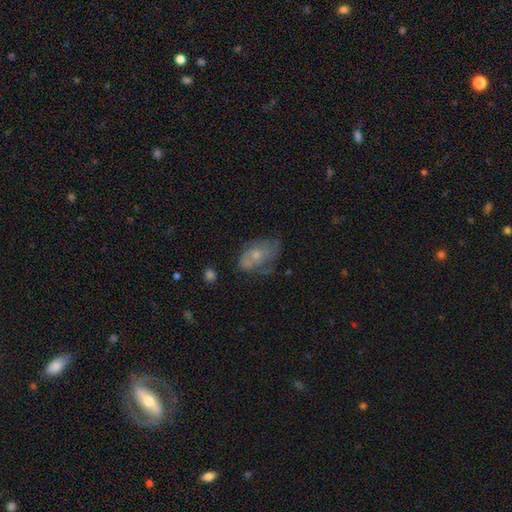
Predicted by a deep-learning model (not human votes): Overall: smooth (47%; featured or disk 44%). Merging: none (46%; minor disturbance 33%).